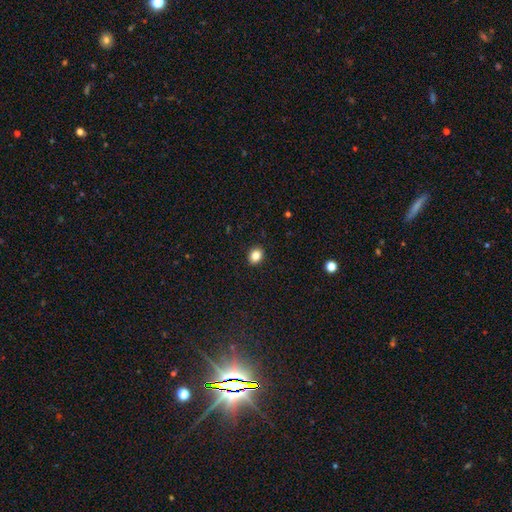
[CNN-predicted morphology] Smooth or featured? smooth (85%)
How rounded? in between (50%, tied with round)
Merging? none (91%)